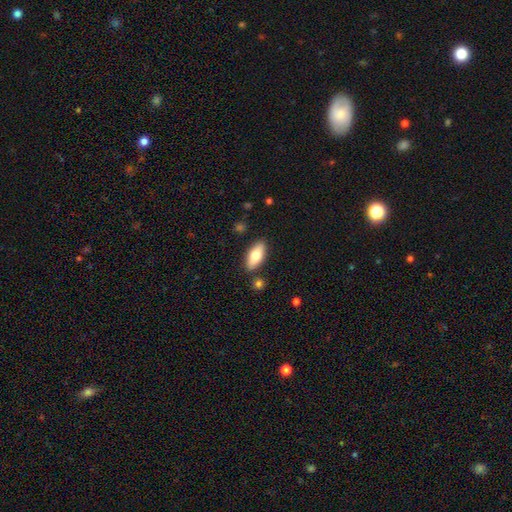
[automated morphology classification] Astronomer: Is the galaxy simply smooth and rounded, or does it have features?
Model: smooth — 74%.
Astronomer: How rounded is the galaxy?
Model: in between — 82%.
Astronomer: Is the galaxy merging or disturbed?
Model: none — 85%.